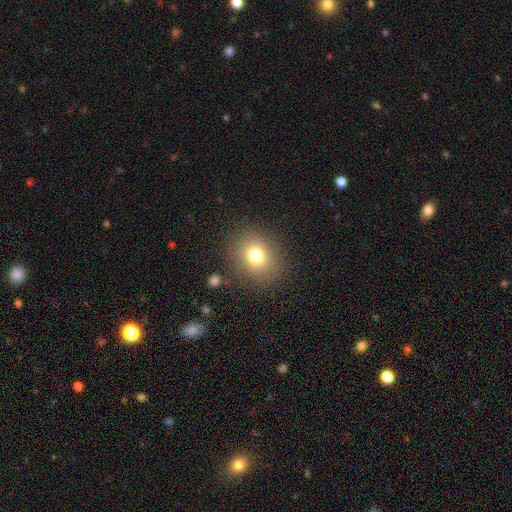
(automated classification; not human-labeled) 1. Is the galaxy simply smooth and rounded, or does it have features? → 76% smooth, 13% star or artifact, 11% featured or disk.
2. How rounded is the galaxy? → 64% round, 35% in between, 1% cigar-shaped.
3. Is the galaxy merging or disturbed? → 85% none, 9% minor disturbance, 4% major disturbance, 2% merger.